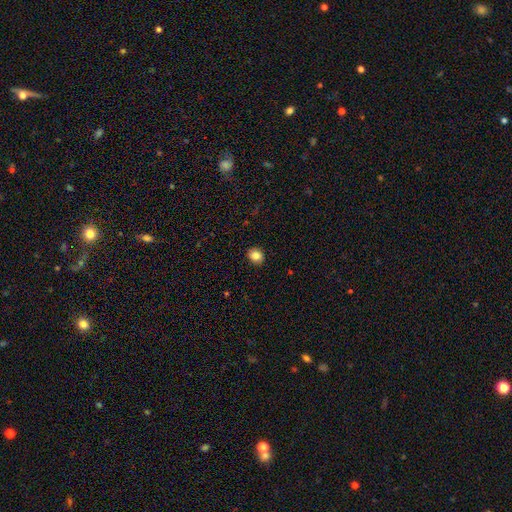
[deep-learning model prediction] The model was most divided on "how rounded": round: 63%, in between: 36%, cigar-shaped: 1%. More confident: merging — none (90%); smooth or featured — smooth (84%).